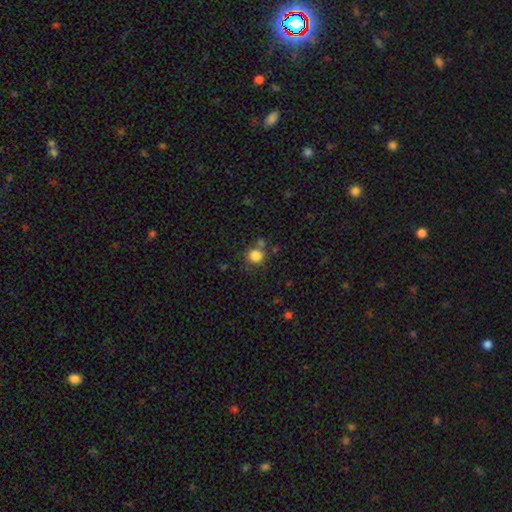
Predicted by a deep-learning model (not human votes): Smooth or featured? Predicted: smooth (p=0.83). How rounded? Predicted: round (p=0.86). Merging? Predicted: none (p=0.69).